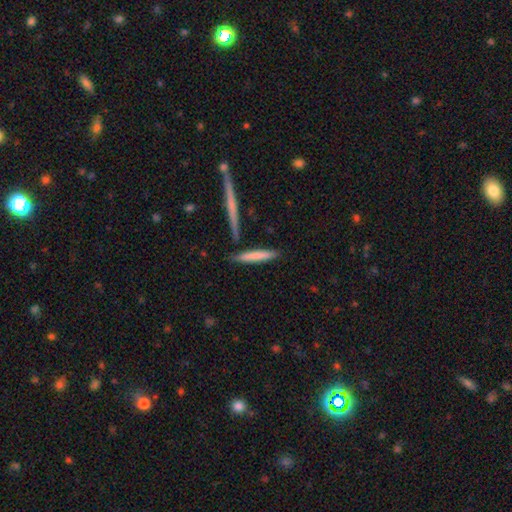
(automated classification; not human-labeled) This is likely a smooth galaxy (72%). How rounded: clearly cigar-shaped (91%). Merging: likely none (79%).